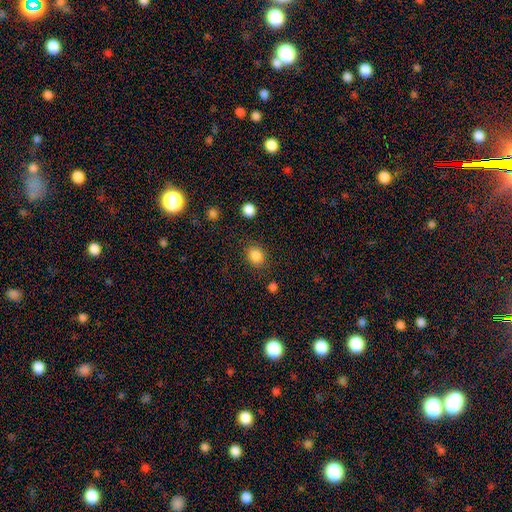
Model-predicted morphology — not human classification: Smooth or featured?
  - smooth: 85% *
  - star or artifact: 11%
  - featured or disk: 4%
How rounded?
  - round: 69% *
  - in between: 30%
  - cigar-shaped: 1%
Merging?
  - none: 85% *
  - minor disturbance: 10%
  - major disturbance: 4%
  - merger: 2%